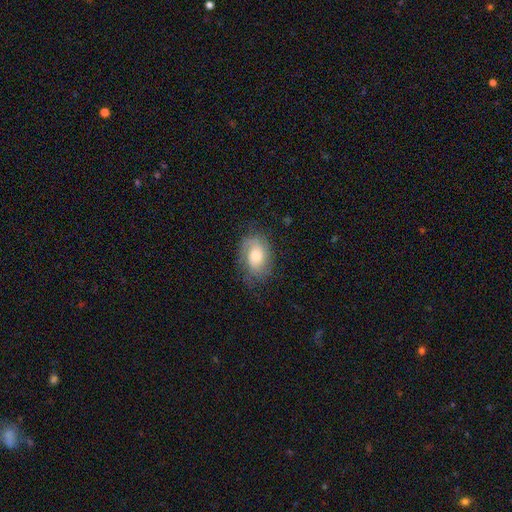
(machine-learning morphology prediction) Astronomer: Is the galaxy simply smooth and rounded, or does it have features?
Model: featured or disk — 64%.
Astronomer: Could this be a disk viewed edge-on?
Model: no — 96%.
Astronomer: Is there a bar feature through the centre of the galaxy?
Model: no — 68%.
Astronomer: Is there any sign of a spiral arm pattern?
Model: yes — 89%.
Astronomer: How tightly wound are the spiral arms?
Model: tight — 49% (runner-up: medium, 36%).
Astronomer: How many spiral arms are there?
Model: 2 — 42% (runner-up: can't tell, 29%).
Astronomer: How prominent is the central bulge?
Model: moderate — 58%.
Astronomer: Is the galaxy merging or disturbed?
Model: none — 67%.